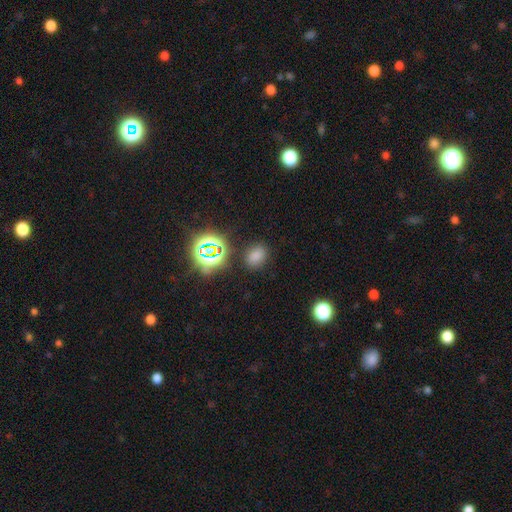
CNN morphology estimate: This appears to be a smooth galaxy with no disk features (70%) that is in between round and cigar-shaped (62%). Merging: none (83%).